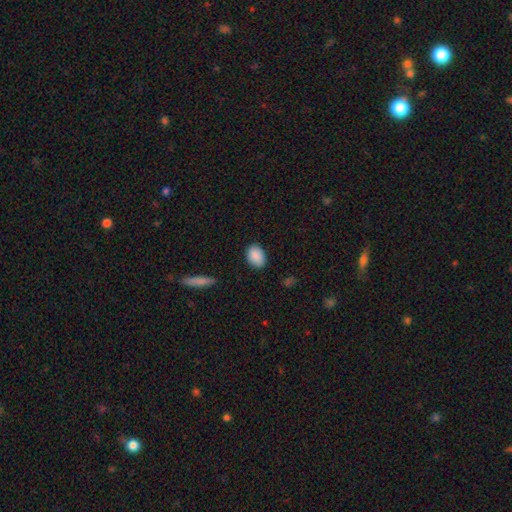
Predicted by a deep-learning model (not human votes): smooth-or-featured: smooth: 90% | star or artifact: 7% | featured or disk: 4%
  how-rounded: in between: 84% | round: 15% | cigar-shaped: 1%
  merging: none: 85% | minor disturbance: 12% | major disturbance: 2% | merger: 1%